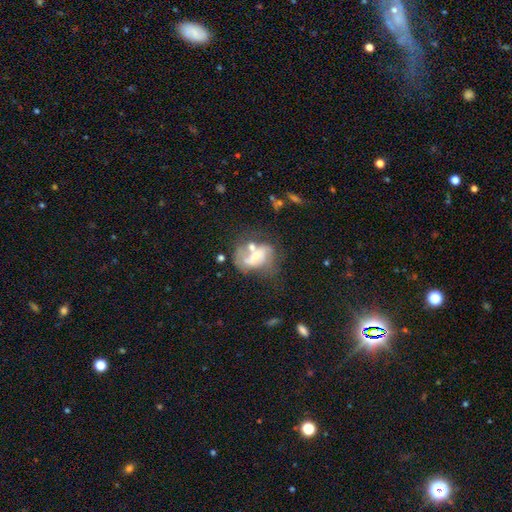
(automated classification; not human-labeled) A featured or disk galaxy (62%) with no bar (54%), spiral arms (55%) and a moderate central bulge (48%). Merging: merger (32%).